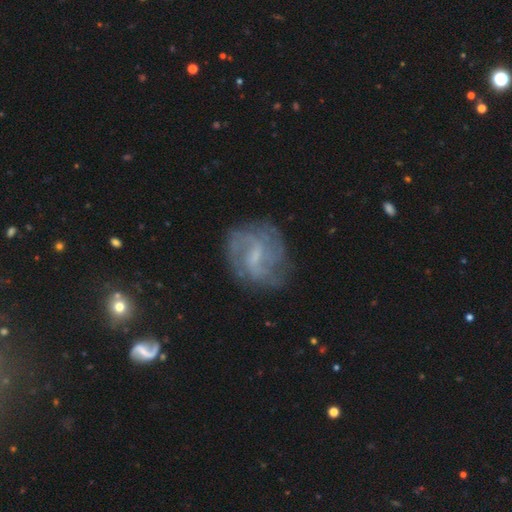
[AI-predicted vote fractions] Smooth or featured? Predicted: featured or disk (p=0.76). Edge-on disk? Predicted: no (p=0.97). Bar? Predicted: weak (p=0.60). Spiral arms? Predicted: yes (p=0.87). Spiral winding? Predicted: medium (p=0.44). Spiral arm count? Predicted: 2 (p=0.42). Bulge size? Predicted: small (p=0.47). Merging? Predicted: none (p=0.71).